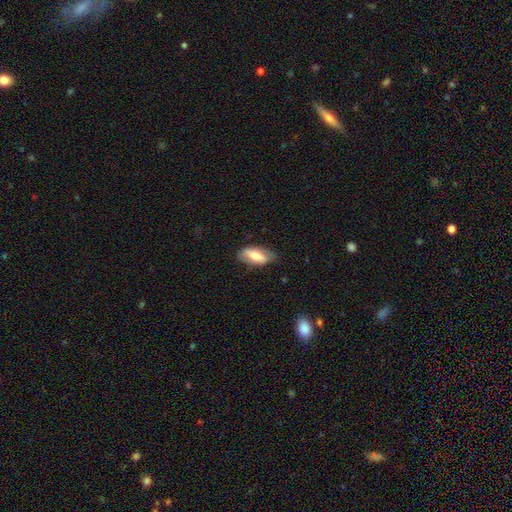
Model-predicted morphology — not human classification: This appears to be a smooth galaxy with no disk features (63%) that is in between round and cigar-shaped (86%). Merging: none (72%).